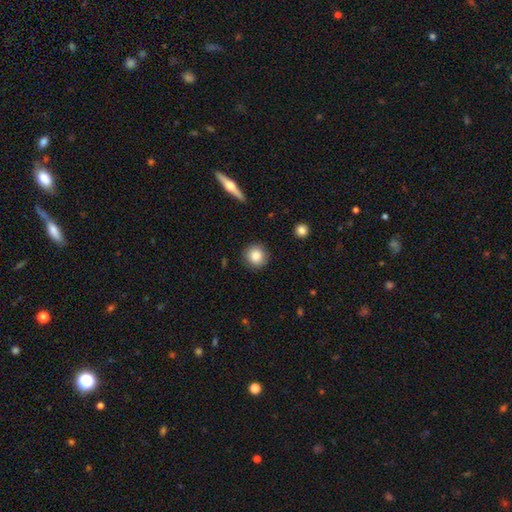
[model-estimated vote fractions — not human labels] Smooth or featured? smooth (85%)
How rounded? round (93%)
Merging? none (90%)